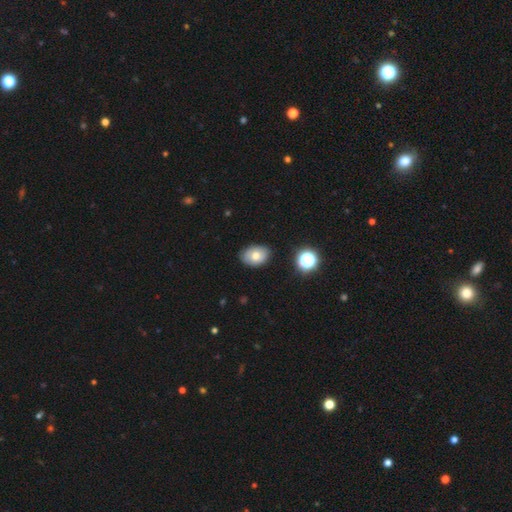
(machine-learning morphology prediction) Smooth or featured? smooth (73%)
How rounded? in between (72%)
Merging? none (82%)